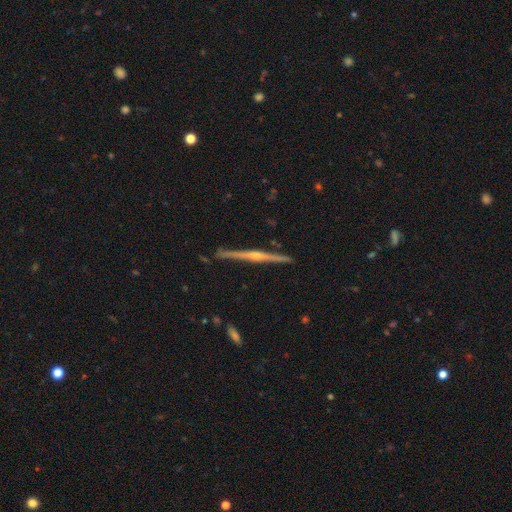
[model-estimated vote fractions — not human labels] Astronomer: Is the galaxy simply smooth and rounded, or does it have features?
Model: featured or disk — 86%.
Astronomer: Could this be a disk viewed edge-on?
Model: yes — 99%.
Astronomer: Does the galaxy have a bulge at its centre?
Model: rounded — 85%.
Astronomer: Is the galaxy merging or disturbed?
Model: none — 91%.